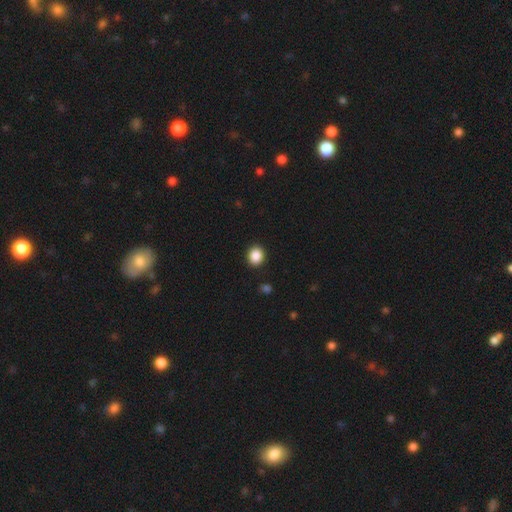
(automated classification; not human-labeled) Smooth or featured? Predicted: smooth (p=0.88). How rounded? Predicted: round (p=0.76). Merging? Predicted: none (p=0.91).